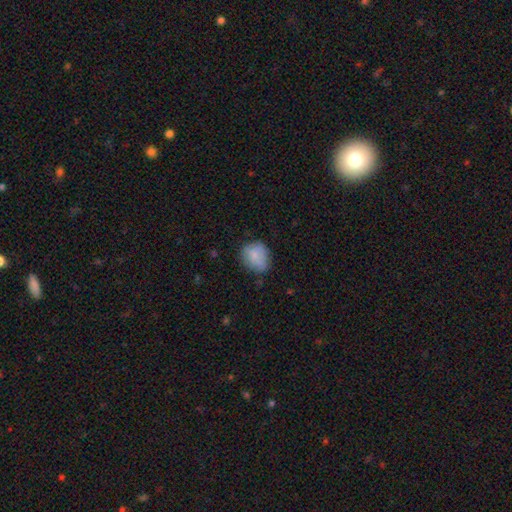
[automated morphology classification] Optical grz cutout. It shows a smooth galaxy with no disk features (80%) that is round (58%). Merging: none (63%).